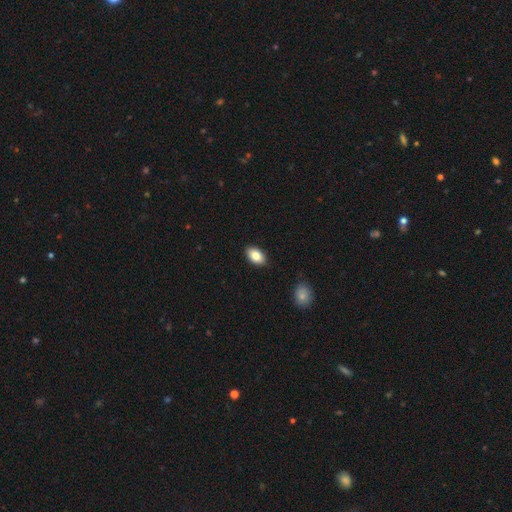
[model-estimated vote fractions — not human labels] Smooth or featured? Predicted: smooth (p=0.84). How rounded? Predicted: in between (p=0.92). Merging? Predicted: none (p=0.89).